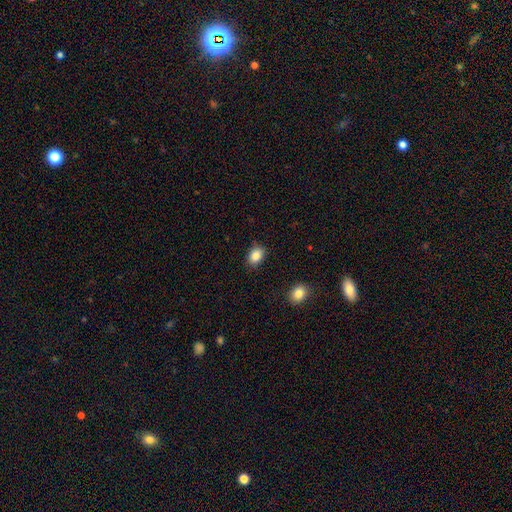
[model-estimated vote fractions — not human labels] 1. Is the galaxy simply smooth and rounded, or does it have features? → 85% smooth, 9% star or artifact, 6% featured or disk.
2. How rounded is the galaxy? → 74% in between, 25% round, 1% cigar-shaped.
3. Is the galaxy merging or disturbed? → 85% none, 11% minor disturbance, 2% major disturbance, 2% merger.